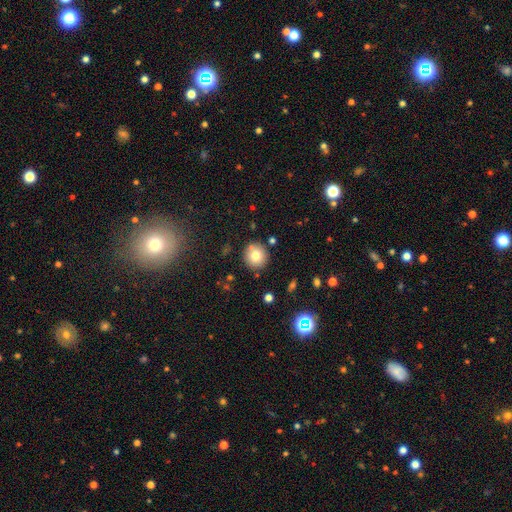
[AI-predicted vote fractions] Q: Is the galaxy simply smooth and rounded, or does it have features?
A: smooth — 76%.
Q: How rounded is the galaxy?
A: round — 93%.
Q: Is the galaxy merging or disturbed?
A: none — 84%.